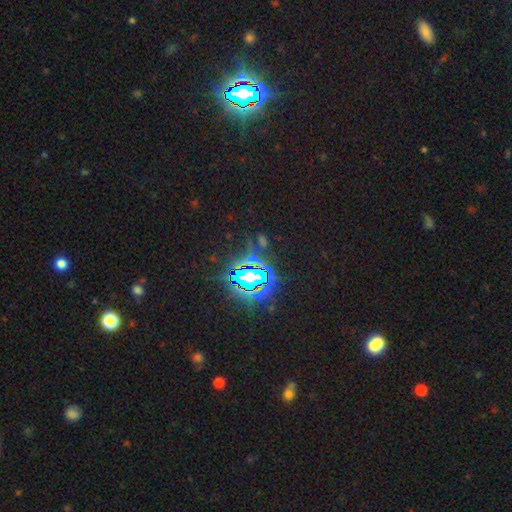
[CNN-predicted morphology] Smooth or featured?
  - star or artifact: 84% *
  - smooth: 9%
  - featured or disk: 6%